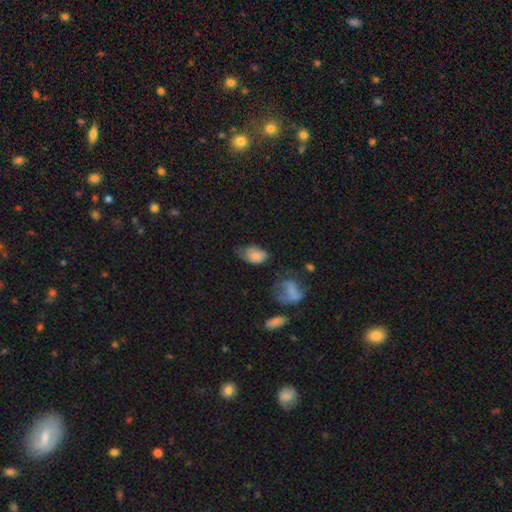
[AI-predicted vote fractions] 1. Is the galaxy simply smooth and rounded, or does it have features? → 75% smooth, 16% featured or disk, 9% star or artifact.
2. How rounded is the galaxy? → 85% in between, 14% round, 2% cigar-shaped.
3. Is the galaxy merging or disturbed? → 40% none, 36% minor disturbance, 19% major disturbance, 5% merger.